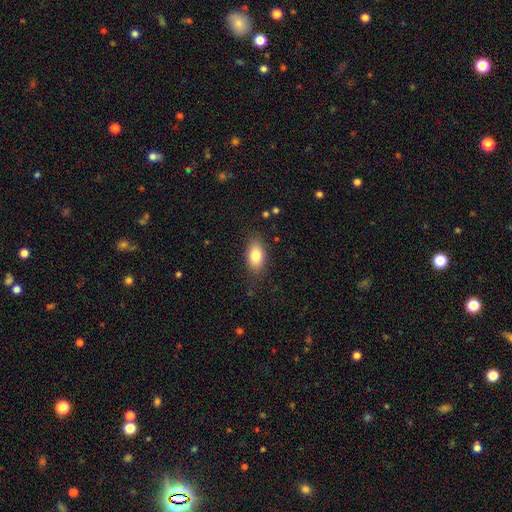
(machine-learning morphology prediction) smooth_or_featured: smooth (p=0.82) [alt: featured or disk p=0.11]
how_rounded: in between (p=0.89) [alt: round p=0.07]
merging: none (p=0.82) [alt: minor disturbance p=0.13]